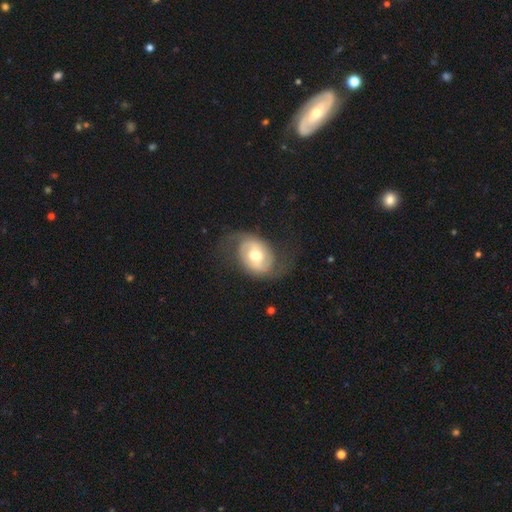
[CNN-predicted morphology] featured or disk 72%, smooth 23%, star or artifact 6%. Down the decision tree: edge-on disk — no (96%); bar — no (48%); spiral arms — yes (84%); spiral arm count — 2 (88%); spiral winding — loose (41%); bulge size — moderate (73%); merging — none (68%).